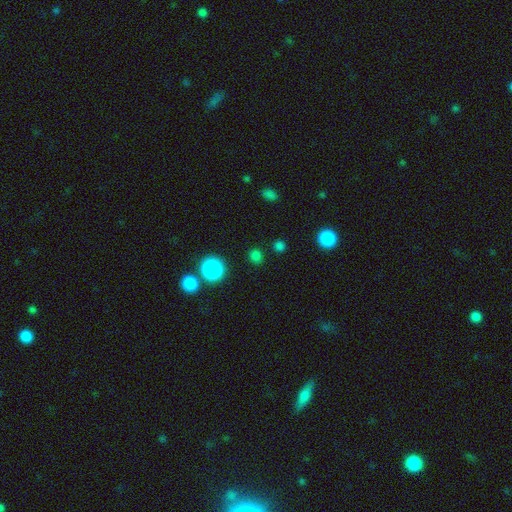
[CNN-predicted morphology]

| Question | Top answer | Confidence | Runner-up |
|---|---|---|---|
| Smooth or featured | smooth | 73% | star or artifact (23%) |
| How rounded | round | 89% | in between (10%) |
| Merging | none | 86% | minor disturbance (8%) |